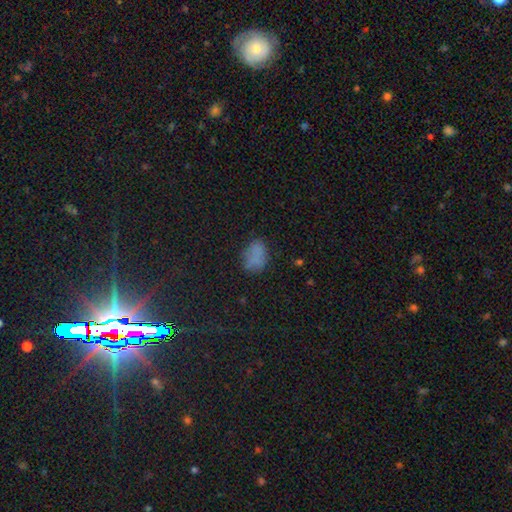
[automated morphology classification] Smooth or featured?
  - smooth: 72% *
  - star or artifact: 17%
  - featured or disk: 11%
How rounded?
  - in between: 78% *
  - round: 20%
  - cigar-shaped: 2%
Merging?
  - none: 63% *
  - minor disturbance: 23%
  - major disturbance: 10%
  - merger: 4%